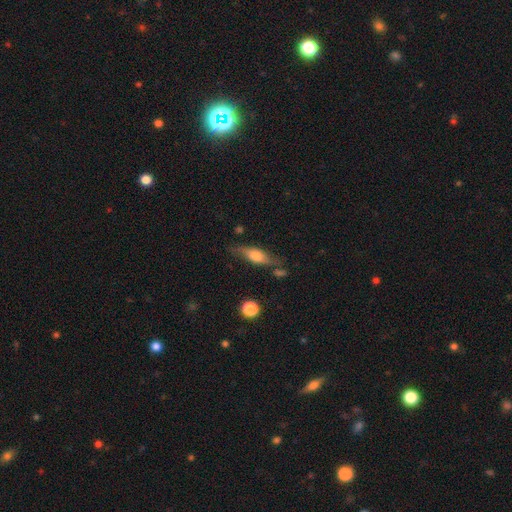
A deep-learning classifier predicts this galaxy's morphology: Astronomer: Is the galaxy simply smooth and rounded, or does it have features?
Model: smooth — 48% (runner-up: featured or disk, 44%).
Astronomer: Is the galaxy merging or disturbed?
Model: none — 67%.